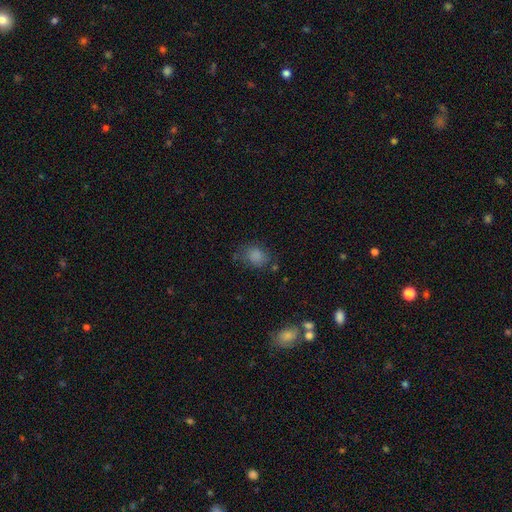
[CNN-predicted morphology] Smooth or featured?
  - smooth: 81% *
  - star or artifact: 11%
  - featured or disk: 8%
How rounded?
  - in between: 56% *
  - round: 43%
  - cigar-shaped: 1%
Merging?
  - none: 64% *
  - minor disturbance: 24%
  - major disturbance: 9%
  - merger: 3%